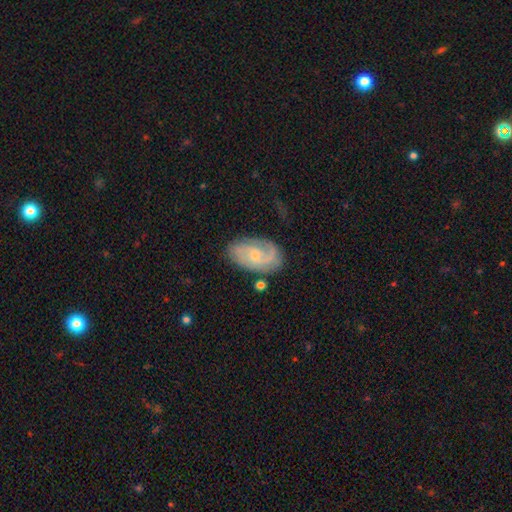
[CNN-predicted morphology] smooth_or_featured: featured or disk (p=0.74) [alt: smooth p=0.20]
disk_edge_on: no (p=0.96) [alt: yes p=0.04]
bar: no (p=0.66) [alt: weak p=0.30]
has_spiral_arms: yes (p=0.92) [alt: no p=0.08]
spiral_winding: medium (p=0.42) [alt: tight p=0.40]
spiral_arm_count: 2 (p=0.56) [alt: can't tell p=0.20]
bulge_size: small (p=0.65) [alt: moderate p=0.30]
merging: none (p=0.69) [alt: minor disturbance p=0.21]